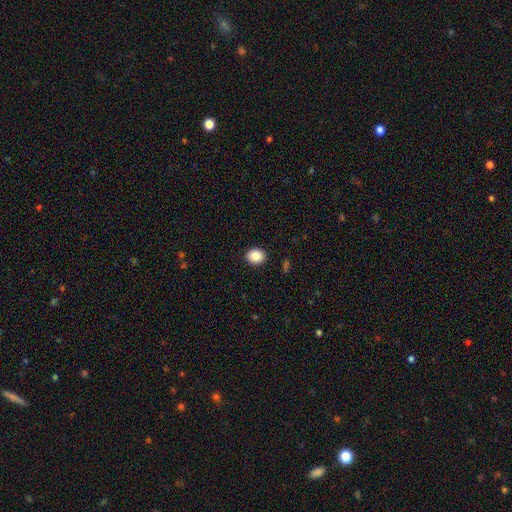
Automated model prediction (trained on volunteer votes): smooth_or_featured: smooth (p=0.86) [alt: star or artifact p=0.09]
how_rounded: round (p=0.61) [alt: in between p=0.38]
merging: none (p=0.91) [alt: minor disturbance p=0.06]